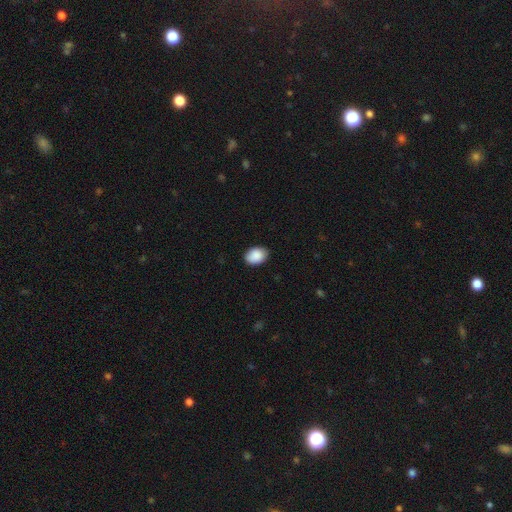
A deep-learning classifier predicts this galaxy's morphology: This is clearly a smooth galaxy (90%). How rounded: likely in between (78%). Merging: clearly none (86%).